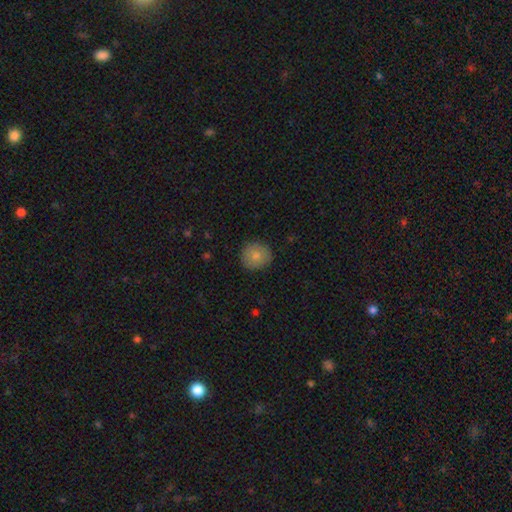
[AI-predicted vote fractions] Overall: smooth (82%). How rounded: round (90%). Merging: none (88%).